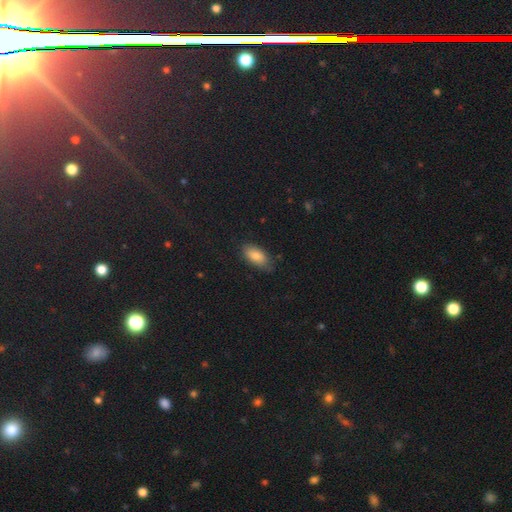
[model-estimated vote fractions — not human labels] smooth 83%, featured or disk 9%, star or artifact 8%. Down the decision tree: how rounded — in between (90%); merging — none (78%).